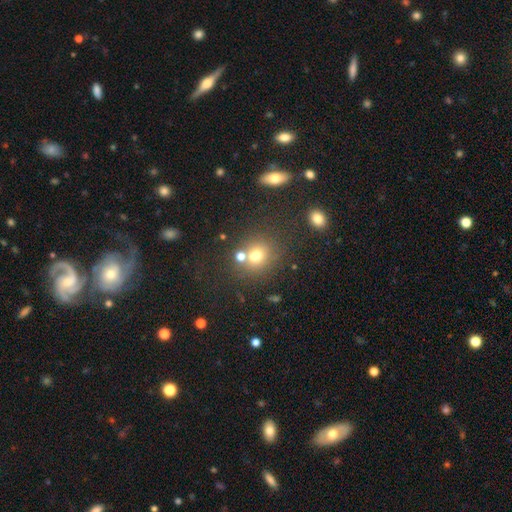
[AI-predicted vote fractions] A smooth galaxy with no disk features (70%) that is round (76%). Merging: none (62%).